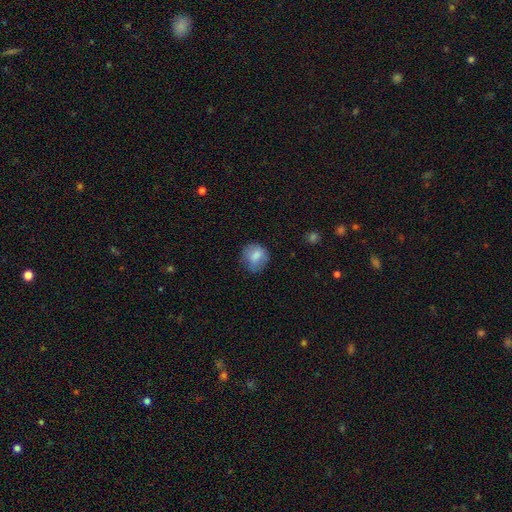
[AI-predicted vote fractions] Smooth or featured? Predicted: smooth (p=0.80). How rounded? Predicted: round (p=0.77). Merging? Predicted: none (p=0.69).